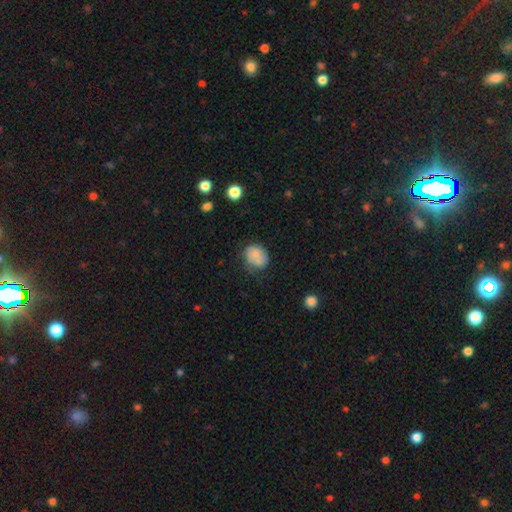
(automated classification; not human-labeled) Q: Smooth or featured?
A: smooth (75%); runner-up: featured or disk (16%)
Q: How rounded?
A: round (56%); runner-up: in between (44%)
Q: Merging?
A: none (53%); runner-up: minor disturbance (27%)